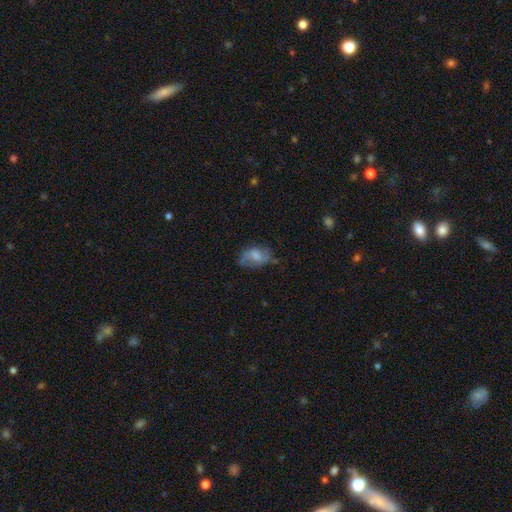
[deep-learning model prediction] smooth-or-featured: smooth: 57% | featured or disk: 35% | star or artifact: 8%
  how-rounded: in between: 85% | round: 13% | cigar-shaped: 2%
  merging: none: 55% | minor disturbance: 30% | major disturbance: 13% | merger: 2%